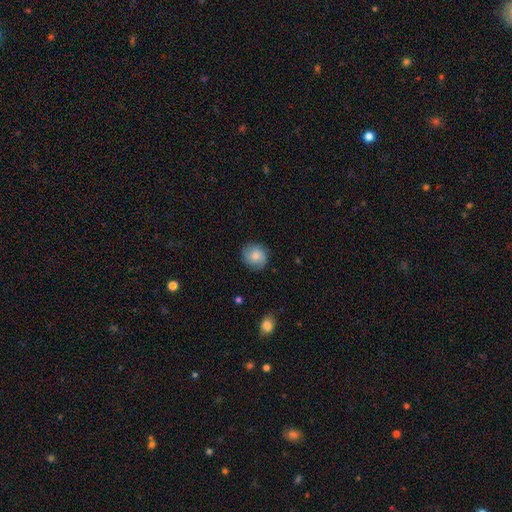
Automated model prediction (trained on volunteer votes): This appears to be a smooth galaxy with no disk features (76%) that is round (82%). Merging: none (81%).